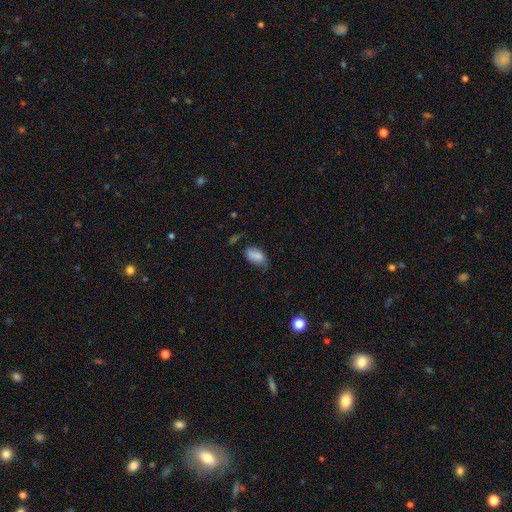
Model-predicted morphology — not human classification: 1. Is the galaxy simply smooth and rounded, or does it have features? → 80% smooth, 12% featured or disk, 8% star or artifact.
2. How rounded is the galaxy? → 92% in between, 5% round, 3% cigar-shaped.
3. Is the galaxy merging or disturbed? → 48% none, 36% minor disturbance, 12% major disturbance, 4% merger.